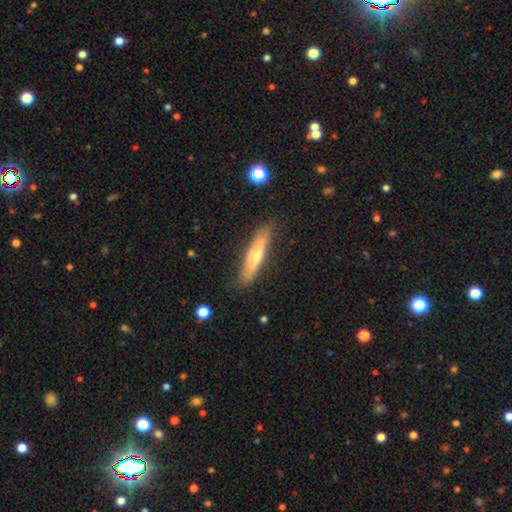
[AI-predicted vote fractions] Smooth or featured? Predicted: smooth (p=0.51). How rounded? Predicted: cigar-shaped (p=0.86). Merging? Predicted: none (p=0.84).